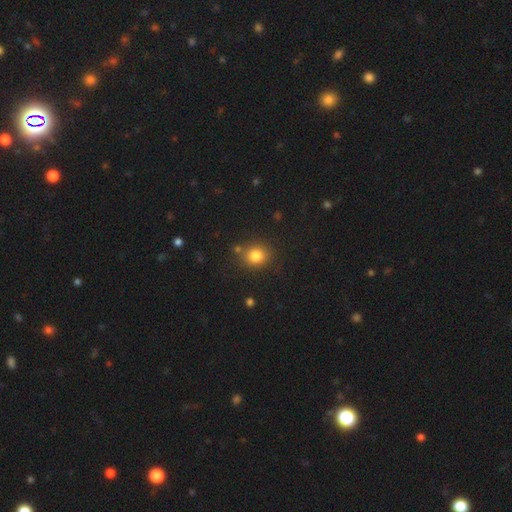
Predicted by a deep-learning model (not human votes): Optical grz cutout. It shows a smooth galaxy with no disk features (82%) that is round (79%). Merging: none (80%).